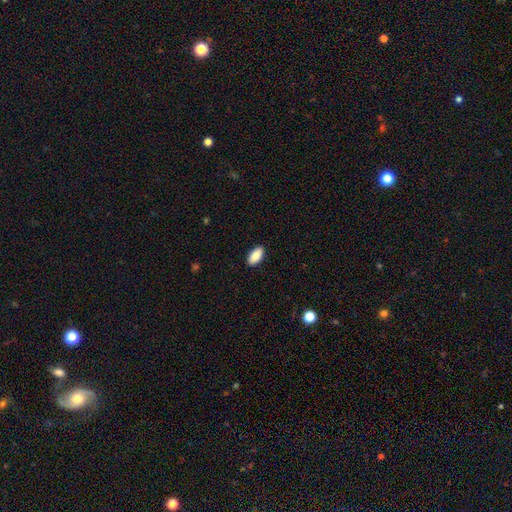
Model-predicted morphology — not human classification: The model was most divided on "merging": none: 90%, minor disturbance: 7%, major disturbance: 2%, merger: 1%. More confident: how rounded — in between (91%); smooth or featured — smooth (89%).